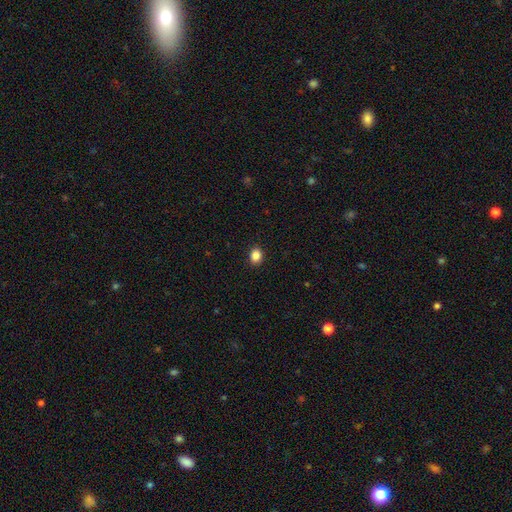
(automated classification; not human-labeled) This appears to be a smooth galaxy with no disk features (86%) that is round (50%). Merging: none (91%).